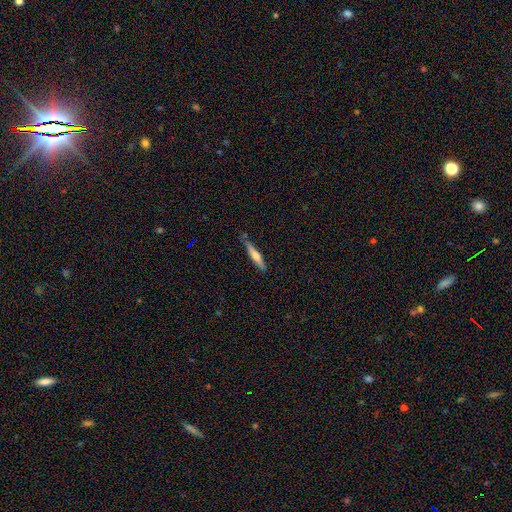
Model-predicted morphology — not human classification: A smooth galaxy with no disk features (48%). Merging: none (76%).